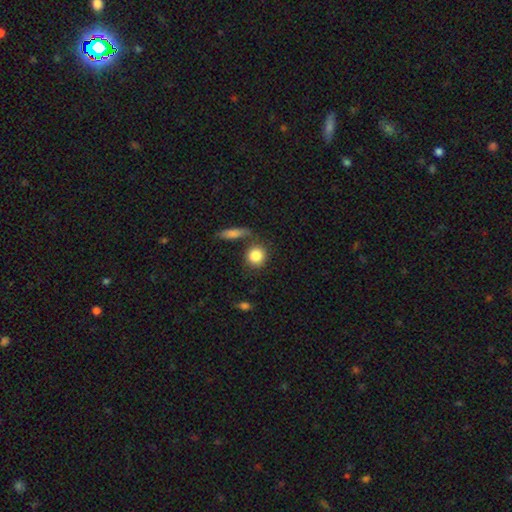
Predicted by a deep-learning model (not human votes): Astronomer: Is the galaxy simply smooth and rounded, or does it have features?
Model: smooth — 84%.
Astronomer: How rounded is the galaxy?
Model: round — 85%.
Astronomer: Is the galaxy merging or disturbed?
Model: none — 68%.